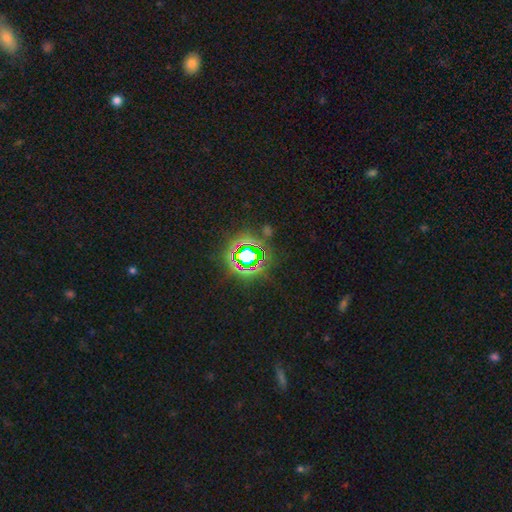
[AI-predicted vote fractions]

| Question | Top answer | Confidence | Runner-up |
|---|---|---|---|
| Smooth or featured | star or artifact | 80% | smooth (13%) |